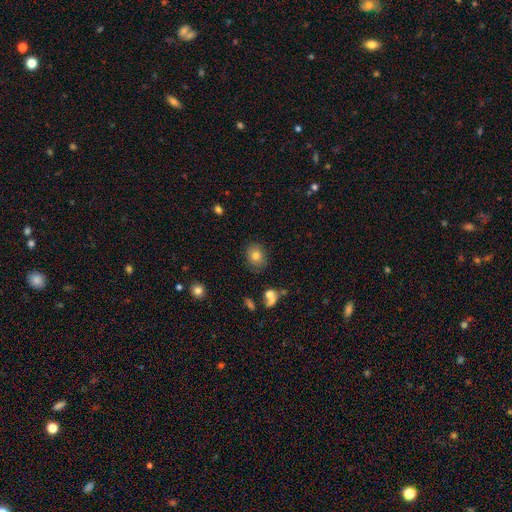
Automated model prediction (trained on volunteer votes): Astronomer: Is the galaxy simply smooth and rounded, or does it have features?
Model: smooth — 78%.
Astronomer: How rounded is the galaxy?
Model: round — 60% (runner-up: in between, 39%).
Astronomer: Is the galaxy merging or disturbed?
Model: none — 83%.